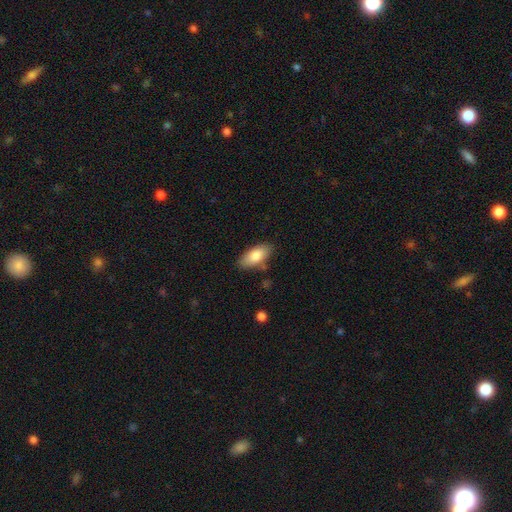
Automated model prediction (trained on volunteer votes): This appears to be a smooth galaxy with no disk features (81%) that is in between round and cigar-shaped (88%). Merging: none (81%).